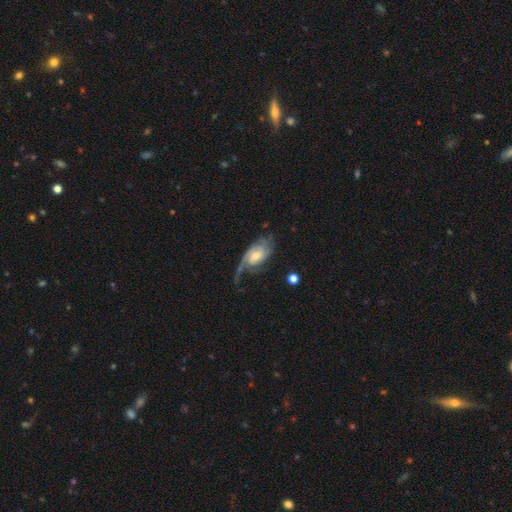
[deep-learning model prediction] Morphology: type=featured or disk (80%); edge-on=no (96%); bar=no (55%); spiral arms=yes (94%); winding=medium (40%); arm count=2 (43%); bulge=moderate (48%); merging=none (44%).